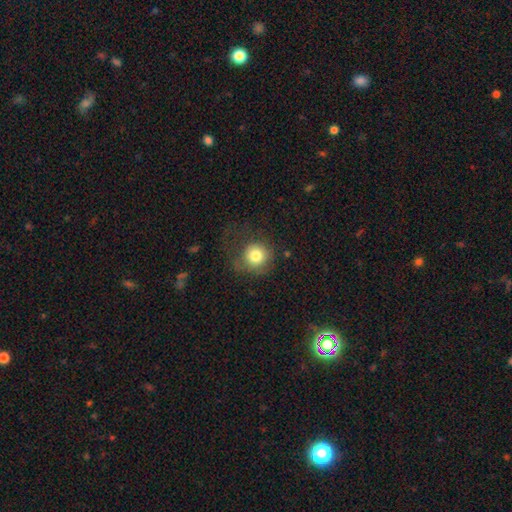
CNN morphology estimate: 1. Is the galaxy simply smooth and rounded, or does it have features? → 79% smooth, 11% featured or disk, 10% star or artifact.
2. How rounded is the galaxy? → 89% round, 10% in between, 1% cigar-shaped.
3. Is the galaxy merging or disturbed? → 58% none, 21% minor disturbance, 20% major disturbance, 2% merger.